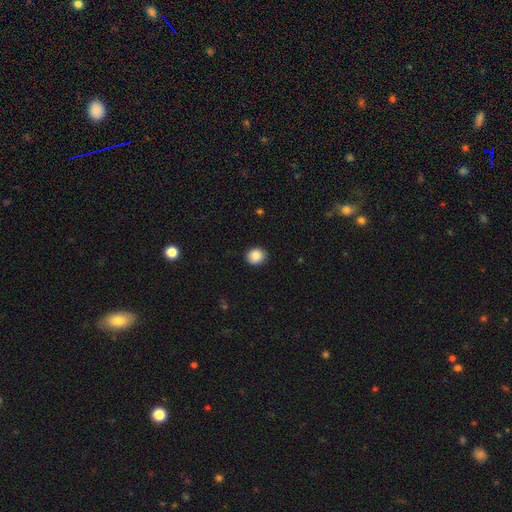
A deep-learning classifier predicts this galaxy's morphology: Q: Smooth or featured?
A: smooth (88%); runner-up: star or artifact (9%)
Q: How rounded?
A: round (84%); runner-up: in between (15%)
Q: Merging?
A: none (90%); runner-up: minor disturbance (7%)